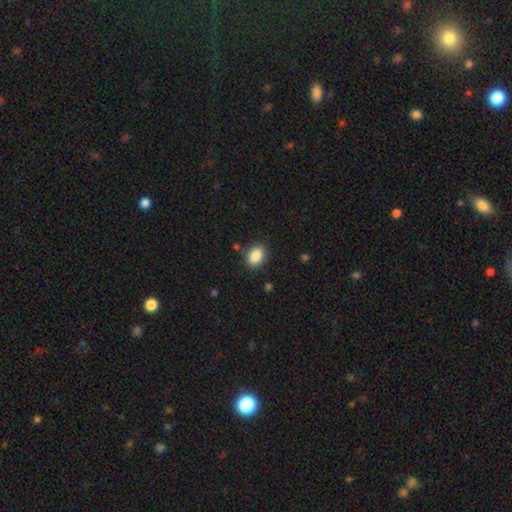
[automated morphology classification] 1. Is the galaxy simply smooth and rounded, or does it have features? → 87% smooth, 9% star or artifact, 5% featured or disk.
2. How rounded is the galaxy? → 68% in between, 31% round, 1% cigar-shaped.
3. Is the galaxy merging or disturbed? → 85% none, 10% minor disturbance, 3% major disturbance, 2% merger.